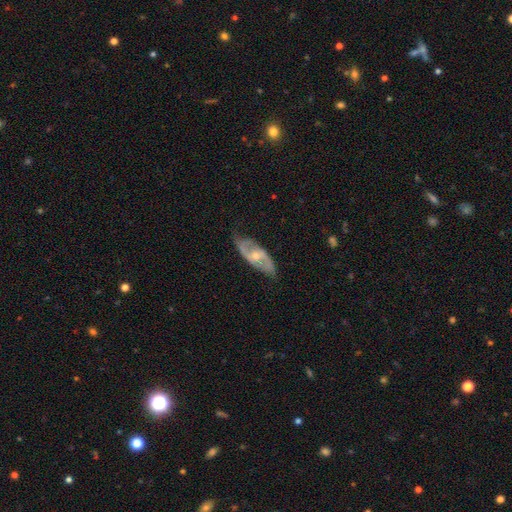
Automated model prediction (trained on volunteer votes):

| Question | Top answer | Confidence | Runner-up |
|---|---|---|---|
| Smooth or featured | featured or disk | 80% | smooth (15%) |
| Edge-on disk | no | 88% | yes (12%) |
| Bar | no | 48% | weak (38%) |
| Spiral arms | yes | 90% | no (10%) |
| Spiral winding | medium | 41% | loose (39%) |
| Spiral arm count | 2 | 86% | can't tell (8%) |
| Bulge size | small | 49% | moderate (47%) |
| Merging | none | 76% | minor disturbance (18%) |